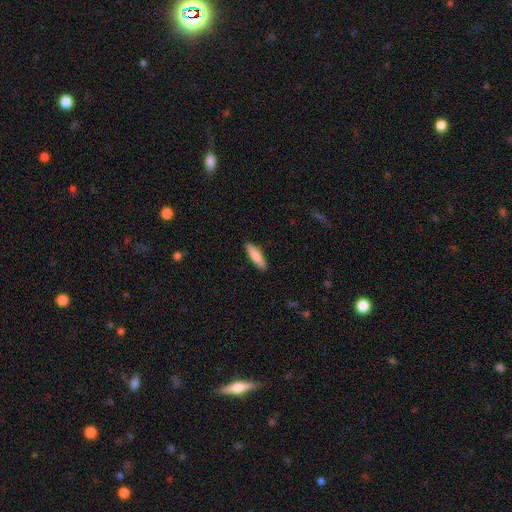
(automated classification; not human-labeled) This appears to be a smooth galaxy with no disk features (81%) that is cigar-shaped (73%). Merging: none (90%).